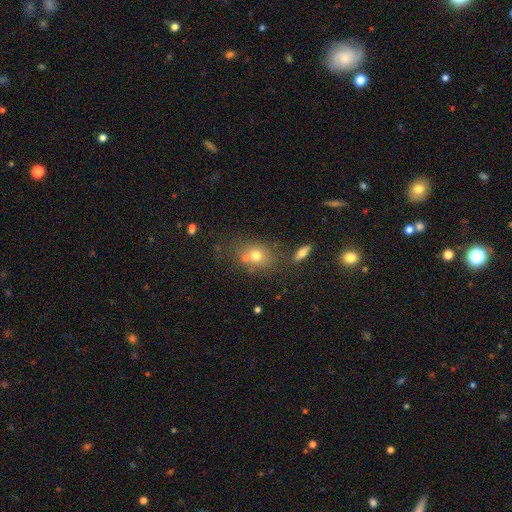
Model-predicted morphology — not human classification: Overall: smooth (67%). How rounded: in between (50%; round 48%). Merging: none (57%; merger 24%).